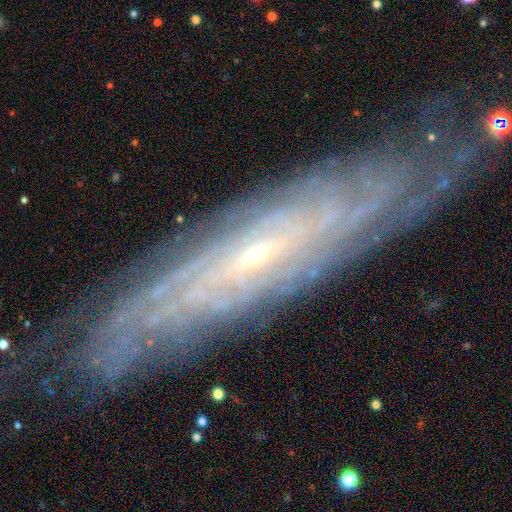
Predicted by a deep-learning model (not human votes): Smooth or featured? featured or disk (82%)
Edge-on disk? no (71%)
Bar? no (63%)
Spiral arms? yes (96%)
Spiral winding? tight (80%)
Spiral arm count? can't tell (46%)
Bulge size? small (85%)
Merging? none (82%)